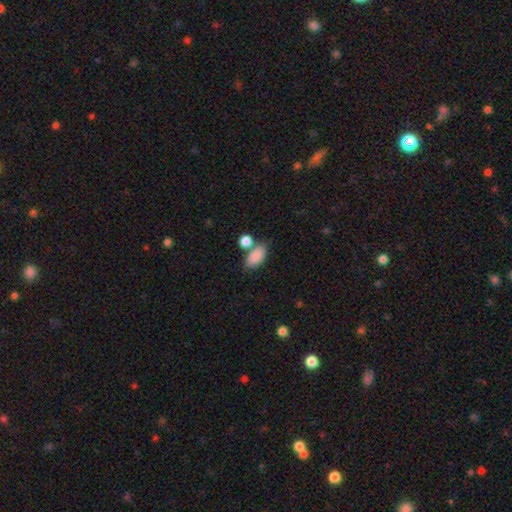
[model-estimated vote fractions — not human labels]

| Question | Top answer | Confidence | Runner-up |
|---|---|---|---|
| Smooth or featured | smooth | 86% | star or artifact (7%) |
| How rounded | in between | 90% | round (7%) |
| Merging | none | 54% | merger (27%) |